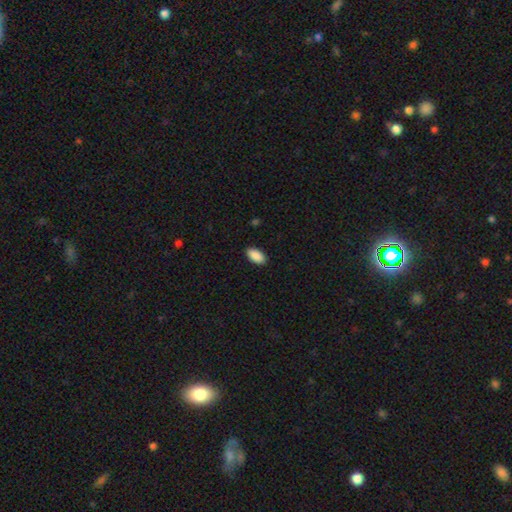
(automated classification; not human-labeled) smooth-or-featured: smooth: 91% | star or artifact: 6% | featured or disk: 3%
  how-rounded: in between: 95% | cigar-shaped: 3% | round: 2%
  merging: none: 90% | minor disturbance: 8% | major disturbance: 2% | merger: 1%